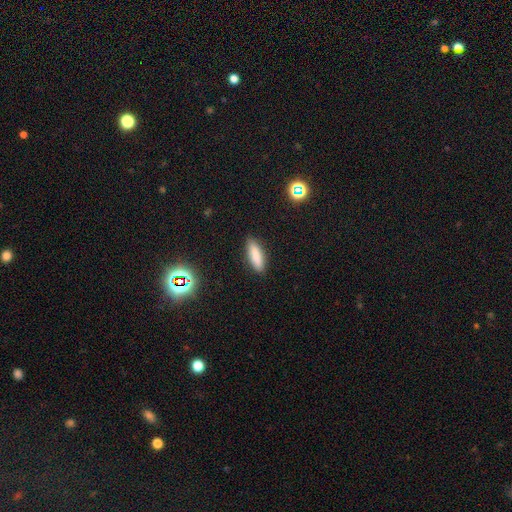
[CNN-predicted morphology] smooth-or-featured: smooth: 84% | star or artifact: 8% | featured or disk: 8%
  how-rounded: cigar-shaped: 52% | in between: 46% | round: 2%
  merging: none: 87% | minor disturbance: 9% | major disturbance: 2% | merger: 1%